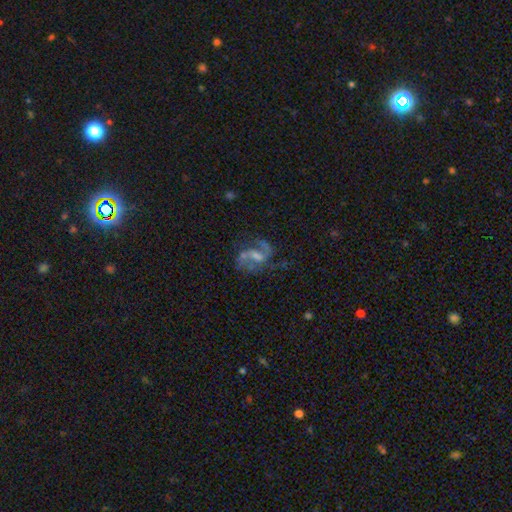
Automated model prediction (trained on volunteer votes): The model was most divided on "bulge size": small: 39%, moderate: 32%, none: 24%, large: 5%, dominant: 1%. Remaining: edge-on disk — no (97%); spiral arms — yes (93%); spiral arm count — 2 (87%); smooth or featured — featured or disk (82%); merging — none (64%); bar — weak (51%); spiral winding — loose (50%).